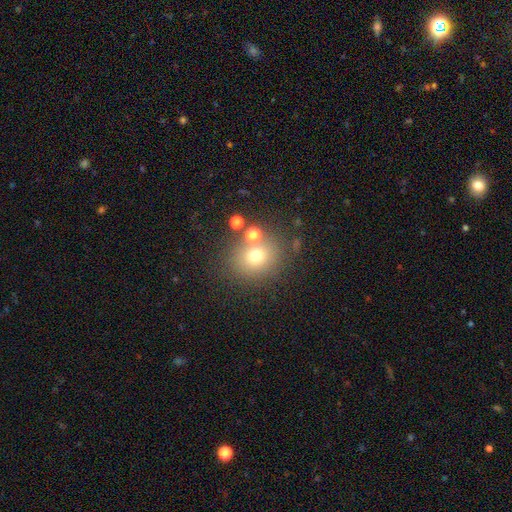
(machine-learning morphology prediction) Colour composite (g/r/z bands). It shows a smooth galaxy with no disk features (69%) that is round (79%). Merging: none (71%).